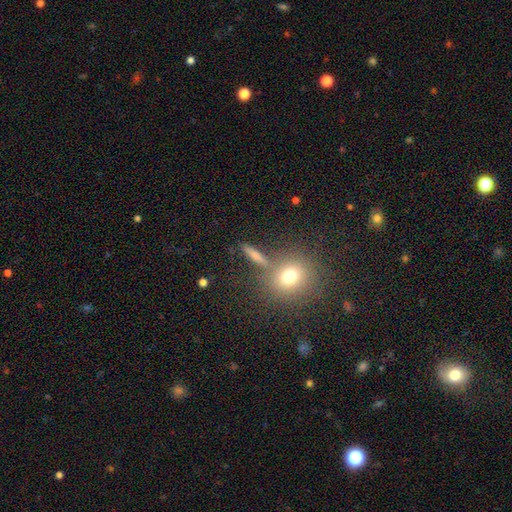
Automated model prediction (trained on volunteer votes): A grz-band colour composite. It shows a smooth galaxy with no disk features (57%) that is round (38%, tied with cigar-shaped). Merging: none (76%).